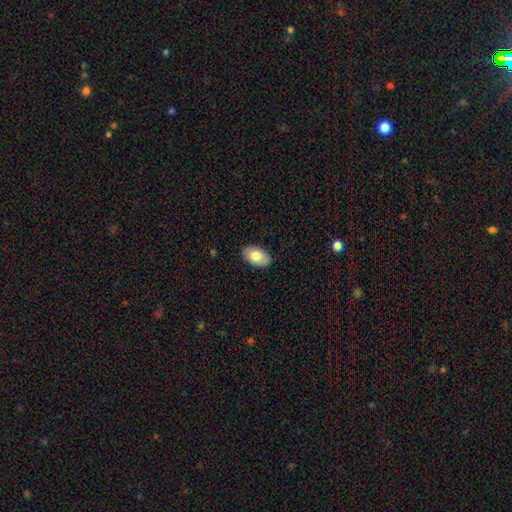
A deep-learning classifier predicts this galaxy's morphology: smooth 79%, featured or disk 15%, star or artifact 7%. Down the decision tree: how rounded — in between (93%); merging — none (87%).